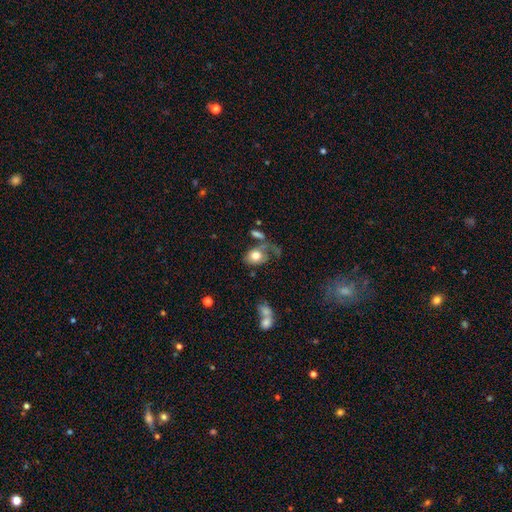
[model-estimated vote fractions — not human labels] This is likely a smooth galaxy (71%). How rounded: likely in between (72%). Merging: marginally none (37%).